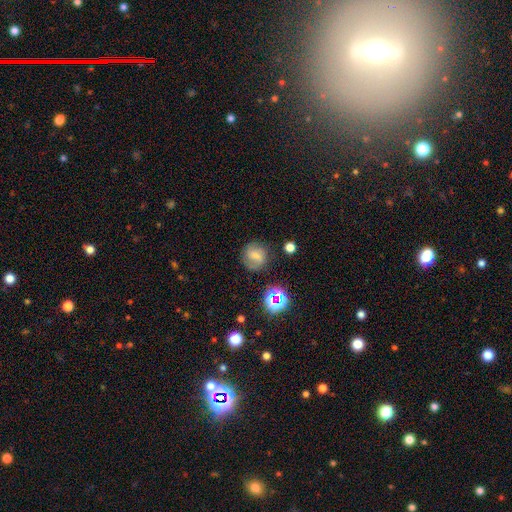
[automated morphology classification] Smooth or featured?
  - smooth: 58% *
  - featured or disk: 26%
  - star or artifact: 16%
How rounded?
  - round: 82% *
  - in between: 17%
  - cigar-shaped: 1%
Merging?
  - none: 74% *
  - minor disturbance: 16%
  - major disturbance: 6%
  - merger: 3%